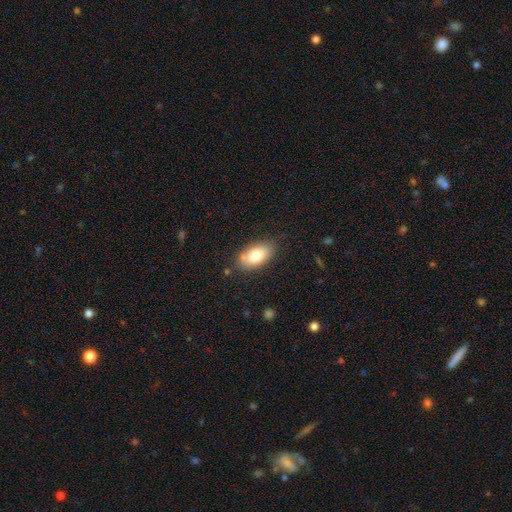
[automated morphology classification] A smooth galaxy with no disk features (79%) that is in between round and cigar-shaped (92%). Merging: none (77%).